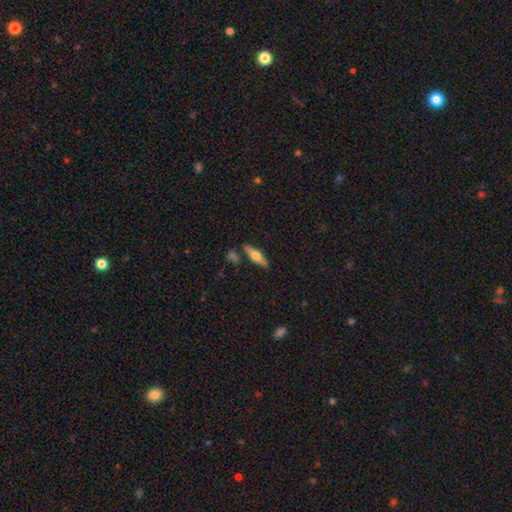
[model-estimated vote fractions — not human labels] Q: Smooth or featured?
A: featured or disk (55%); runner-up: smooth (39%)
Q: Edge-on disk?
A: yes (93%); runner-up: no (7%)
Q: Edge-on bulge?
A: rounded (94%); runner-up: boxy (4%)
Q: Merging?
A: none (84%); runner-up: minor disturbance (10%)